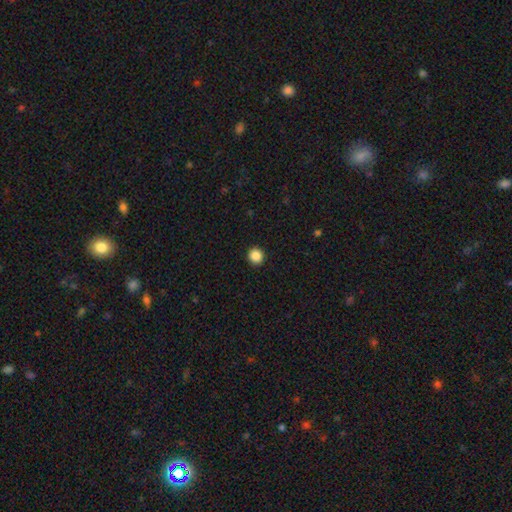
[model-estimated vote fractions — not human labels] Morphology: type=smooth (87%); roundness=round (94%); merging=none (93%).